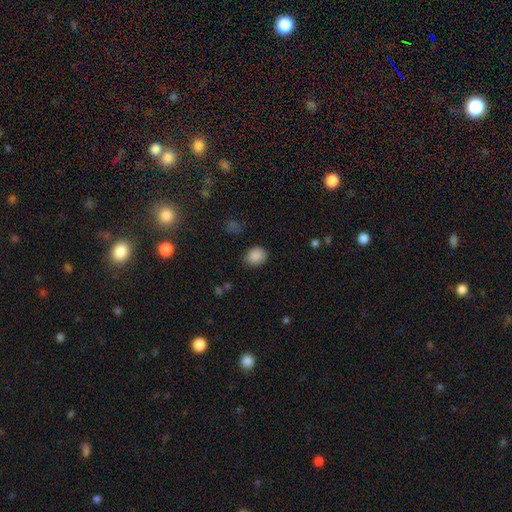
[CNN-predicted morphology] Q: Smooth or featured?
A: smooth (87%); runner-up: star or artifact (9%)
Q: How rounded?
A: round (54%); runner-up: in between (45%)
Q: Merging?
A: none (82%); runner-up: minor disturbance (13%)